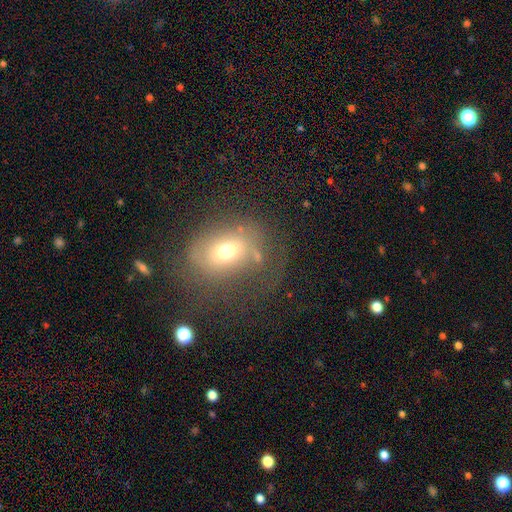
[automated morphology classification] Overall: smooth (50%; featured or disk 36%). Merging: none (54%; minor disturbance 22%).